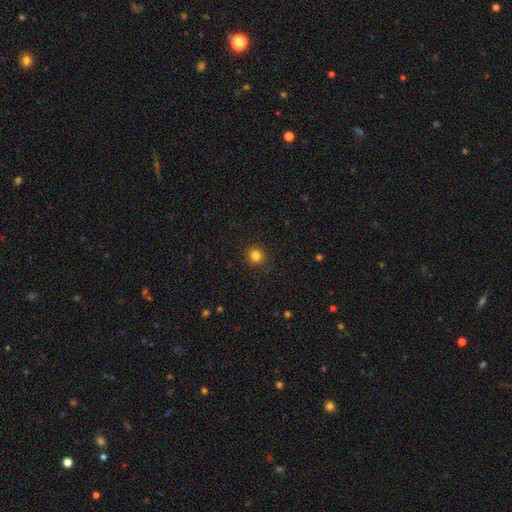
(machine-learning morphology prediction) The model was most divided on "smooth or featured": smooth: 82%, star or artifact: 13%, featured or disk: 5%. More confident: how rounded — round (92%); merging — none (92%).